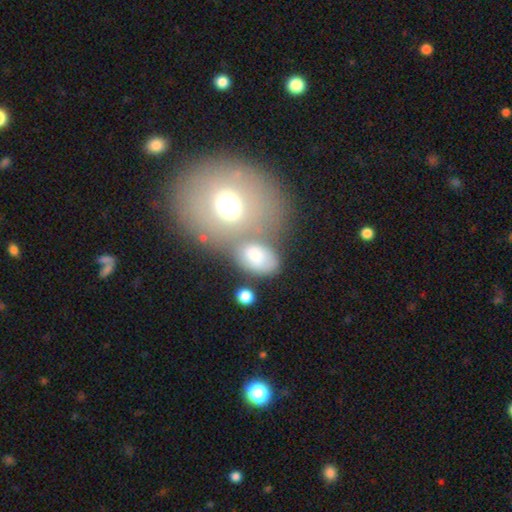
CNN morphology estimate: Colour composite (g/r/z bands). It shows a smooth galaxy with no disk features (72%) that is in between round and cigar-shaped (83%). Merging: none (43%).